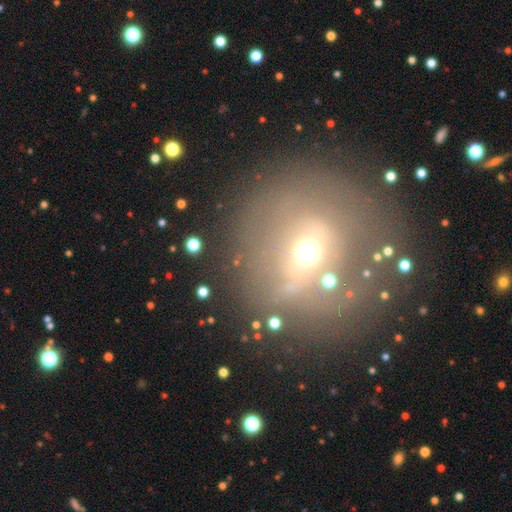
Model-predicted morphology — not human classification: This is marginally a smooth galaxy (37%). Merging: likely none (75%).